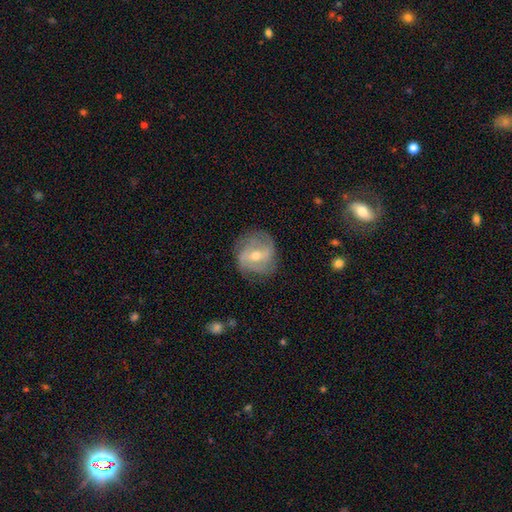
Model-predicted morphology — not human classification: Overall: featured or disk (72%). Edge-on disk: no (96%). Bar: weak (49%; strong 26%). Spiral arms: yes (84%). Spiral arm count: 2 (43%; can't tell 27%). Spiral winding: medium (41%; tight 36%). Bulge size: moderate (62%; small 33%). Merging: none (74%).